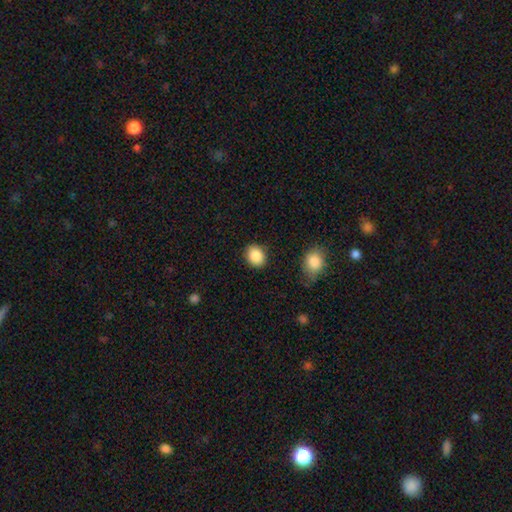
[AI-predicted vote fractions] A smooth galaxy with no disk features (87%) that is round (58%). Merging: none (88%).